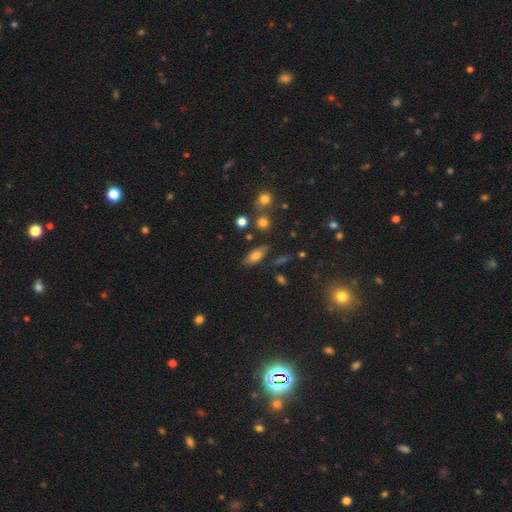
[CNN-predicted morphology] Q: Smooth or featured?
A: smooth (71%); runner-up: featured or disk (18%)
Q: How rounded?
A: in between (80%); runner-up: cigar-shaped (14%)
Q: Merging?
A: none (75%); runner-up: minor disturbance (15%)